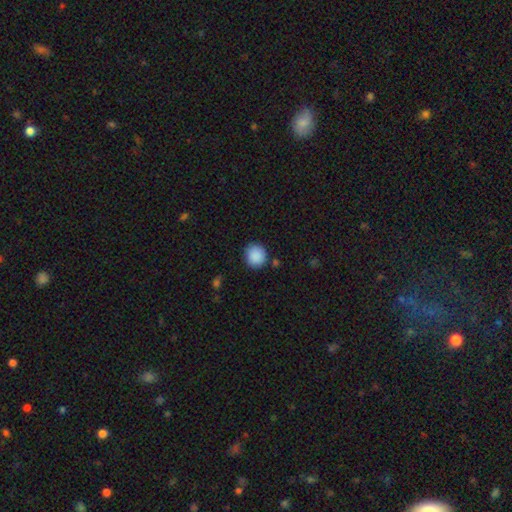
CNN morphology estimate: Smooth or featured?
  - smooth: 89% *
  - star or artifact: 8%
  - featured or disk: 3%
How rounded?
  - round: 87% *
  - in between: 12%
  - cigar-shaped: 1%
Merging?
  - none: 85% *
  - minor disturbance: 10%
  - major disturbance: 3%
  - merger: 3%